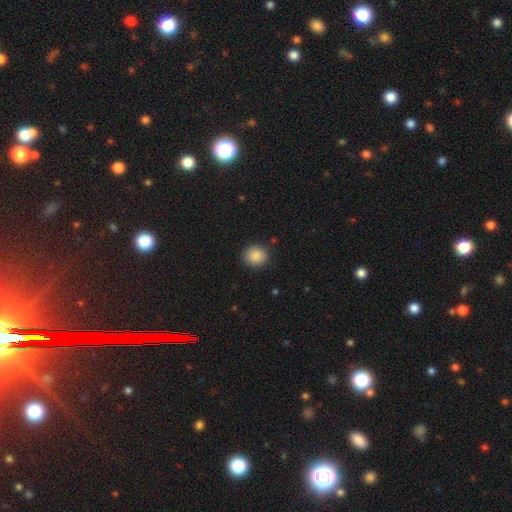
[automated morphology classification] smooth_or_featured: smooth (p=0.88) [alt: star or artifact p=0.08]
how_rounded: round (p=0.85) [alt: in between p=0.14]
merging: none (p=0.89) [alt: minor disturbance p=0.08]